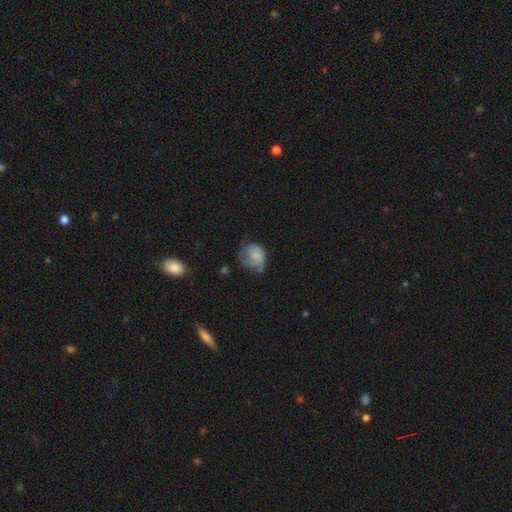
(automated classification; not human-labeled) Overall: smooth (61%; featured or disk 30%). How rounded: round (53%; in between 45%). Merging: minor disturbance (36%; none 31%).